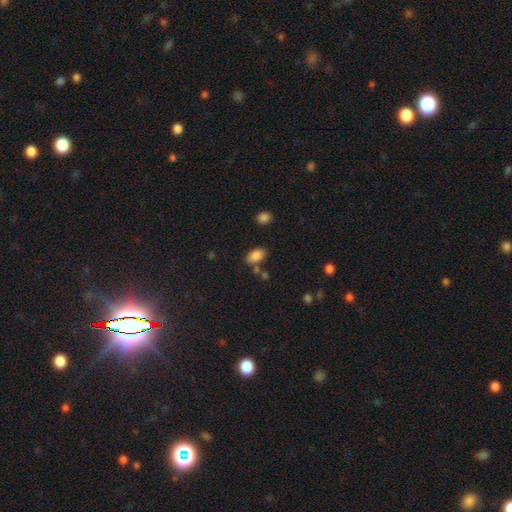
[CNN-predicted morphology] Smooth or featured? Predicted: smooth (p=0.86). How rounded? Predicted: in between (p=0.91). Merging? Predicted: none (p=0.71).